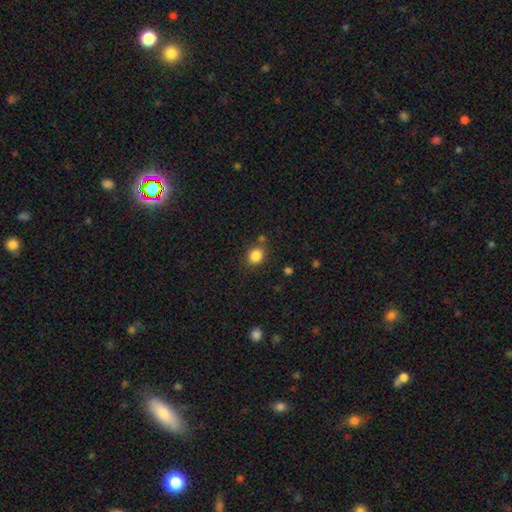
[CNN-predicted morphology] A smooth galaxy with no disk features (85%) that is round (67%).

Vote fractions:
- Smooth or featured? smooth: 85% / star or artifact: 10% / featured or disk: 4%
- How rounded? round: 67% / in between: 32% / cigar-shaped: 1%
- Merging? none: 78% / minor disturbance: 11% / merger: 7% / major disturbance: 4%